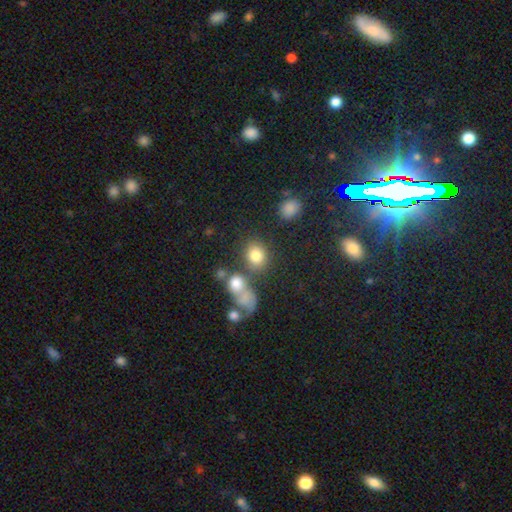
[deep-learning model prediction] A smooth galaxy with no disk features (79%) that is round (66%).

Vote fractions:
- Smooth or featured? smooth: 79% / star or artifact: 11% / featured or disk: 9%
- How rounded? round: 66% / in between: 32% / cigar-shaped: 2%
- Merging? none: 59% / merger: 21% / minor disturbance: 12% / major disturbance: 8%